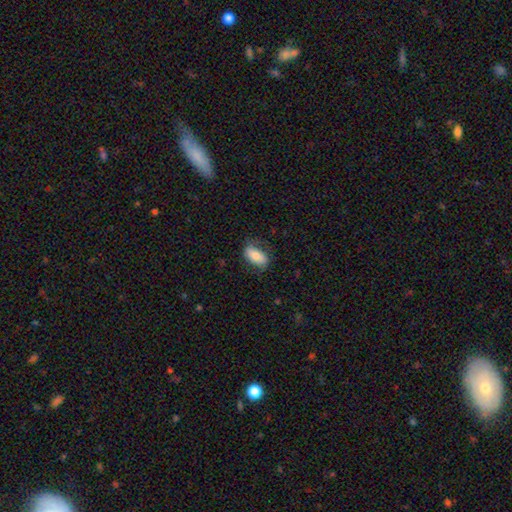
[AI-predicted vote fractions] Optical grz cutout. It shows a smooth galaxy with no disk features (73%) that is in between round and cigar-shaped (91%). Merging: none (70%).